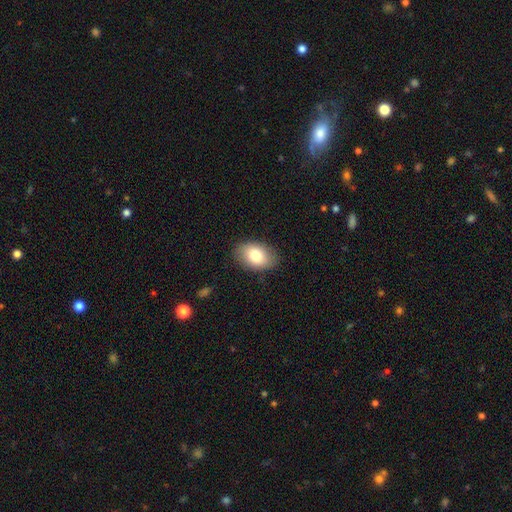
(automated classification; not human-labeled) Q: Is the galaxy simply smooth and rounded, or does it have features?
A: smooth — 80%.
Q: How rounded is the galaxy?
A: in between — 89%.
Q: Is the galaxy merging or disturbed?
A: none — 87%.